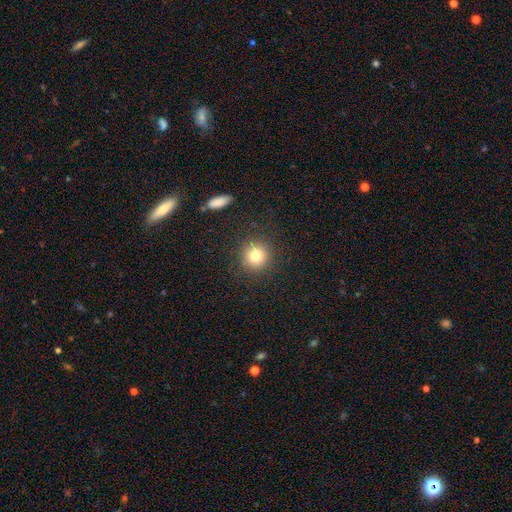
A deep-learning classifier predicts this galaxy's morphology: Q: Smooth or featured?
A: smooth (78%); runner-up: star or artifact (13%)
Q: How rounded?
A: round (93%); runner-up: in between (6%)
Q: Merging?
A: none (89%); runner-up: minor disturbance (7%)